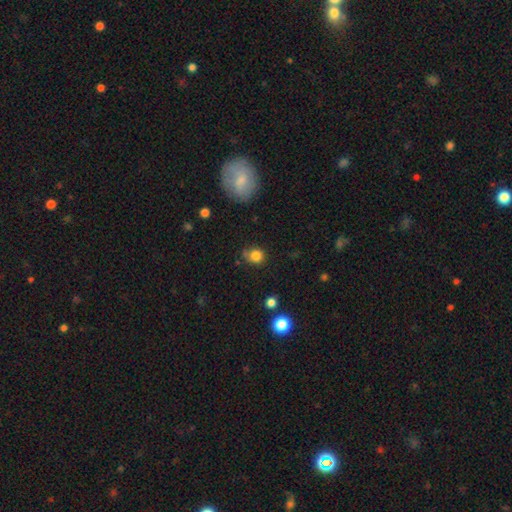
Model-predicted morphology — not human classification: smooth_or_featured: smooth (p=0.82) [alt: star or artifact p=0.12]
how_rounded: round (p=0.81) [alt: in between p=0.18]
merging: none (p=0.66) [alt: minor disturbance p=0.23]